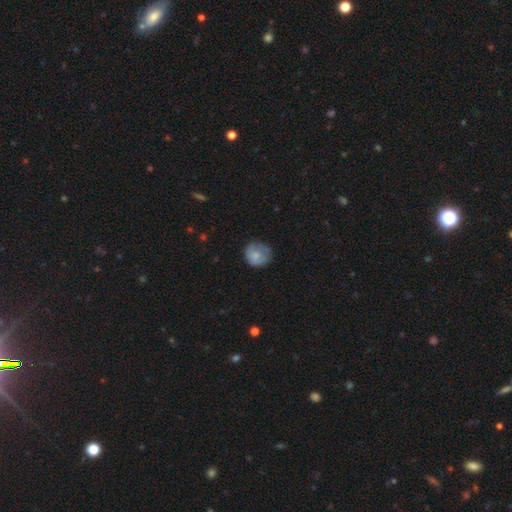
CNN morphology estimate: A smooth galaxy with no disk features (73%) that is round (84%).

Vote fractions:
- Smooth or featured? smooth: 73% / featured or disk: 19% / star or artifact: 8%
- How rounded? round: 84% / in between: 15% / cigar-shaped: 1%
- Merging? none: 63% / minor disturbance: 26% / major disturbance: 10% / merger: 2%